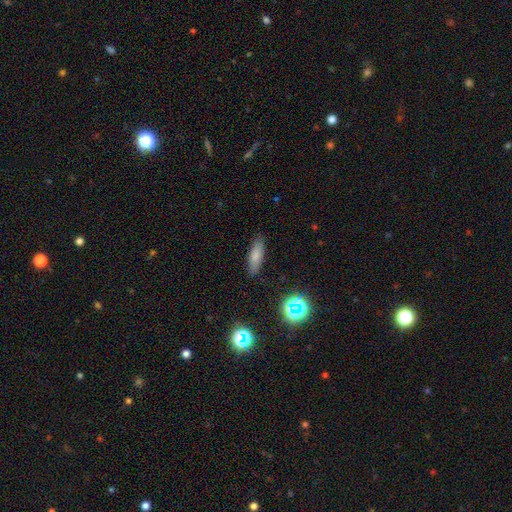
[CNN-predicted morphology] The model was most divided on "how rounded": cigar-shaped: 50%, in between: 48%, round: 2%. More confident: merging — none (86%); smooth or featured — smooth (78%).